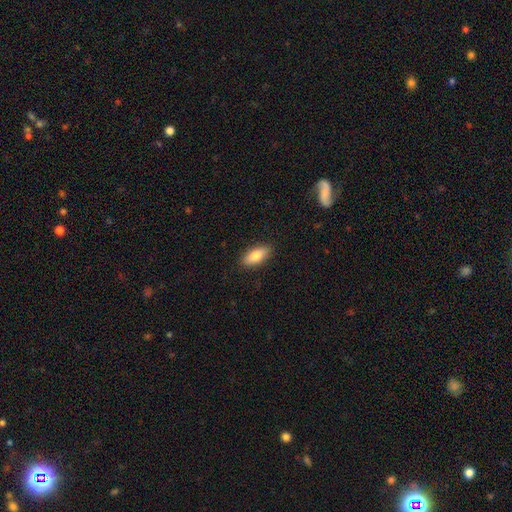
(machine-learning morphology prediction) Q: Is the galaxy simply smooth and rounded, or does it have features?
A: smooth — 81%.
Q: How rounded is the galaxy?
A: in between — 85%.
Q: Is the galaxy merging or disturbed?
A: none — 89%.